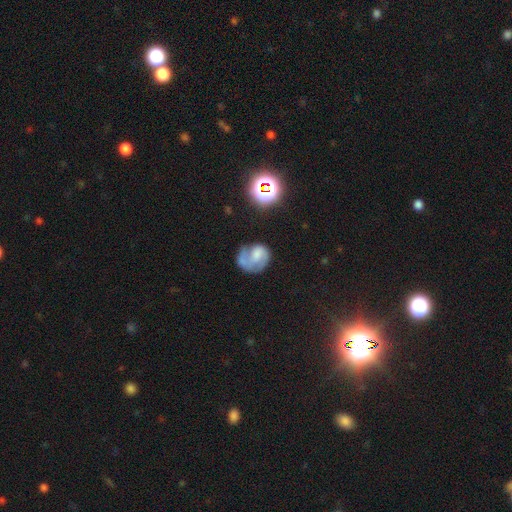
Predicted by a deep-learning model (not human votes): Smooth or featured: featured or disk — 56% (smooth — 33%)
Edge-on disk: no — 98% (yes — 2%)
Bar: no — 61% (weak — 31%)
Spiral arms: yes — 75% (no — 25%)
Bulge size: none — 39% (moderate — 24%)
Merging: none — 43% (major disturbance — 25%)